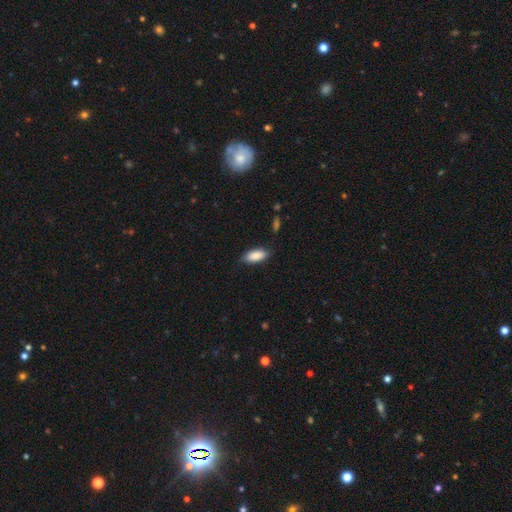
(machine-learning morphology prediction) smooth-or-featured: smooth: 87% | featured or disk: 7% | star or artifact: 6%
  how-rounded: in between: 84% | cigar-shaped: 14% | round: 2%
  merging: none: 80% | minor disturbance: 16% | major disturbance: 3% | merger: 2%